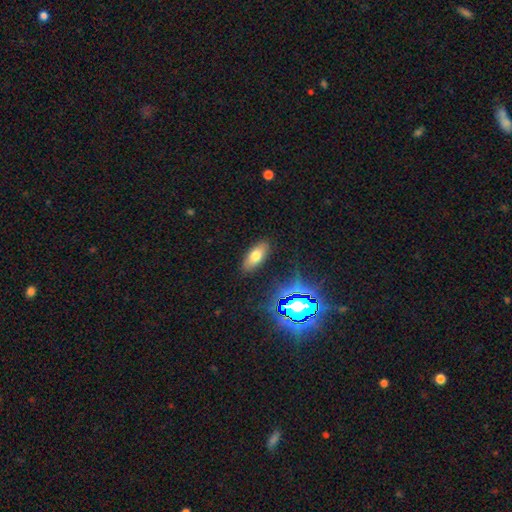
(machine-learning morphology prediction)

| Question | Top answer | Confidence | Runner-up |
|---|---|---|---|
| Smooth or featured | smooth | 68% | star or artifact (17%) |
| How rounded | in between | 83% | cigar-shaped (13%) |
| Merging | none | 87% | minor disturbance (9%) |